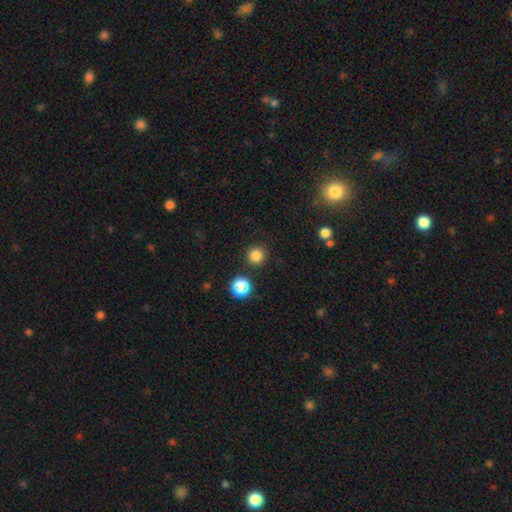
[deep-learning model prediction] Morphology: type=smooth (81%); roundness=round (94%); merging=none (89%).